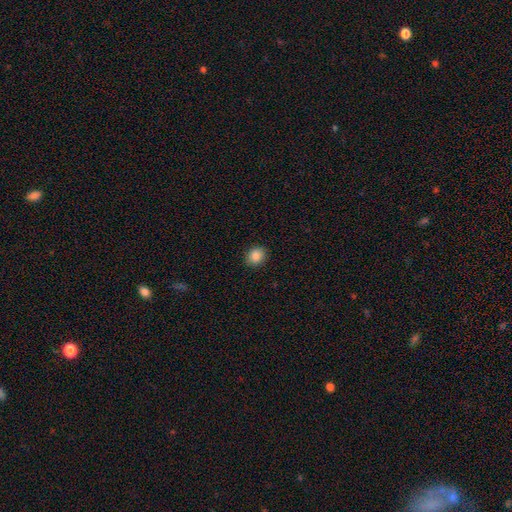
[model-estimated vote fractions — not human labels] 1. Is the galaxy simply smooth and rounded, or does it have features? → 86% smooth, 10% star or artifact, 4% featured or disk.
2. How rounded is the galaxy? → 61% round, 38% in between, 1% cigar-shaped.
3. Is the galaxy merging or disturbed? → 91% none, 7% minor disturbance, 2% major disturbance, 1% merger.